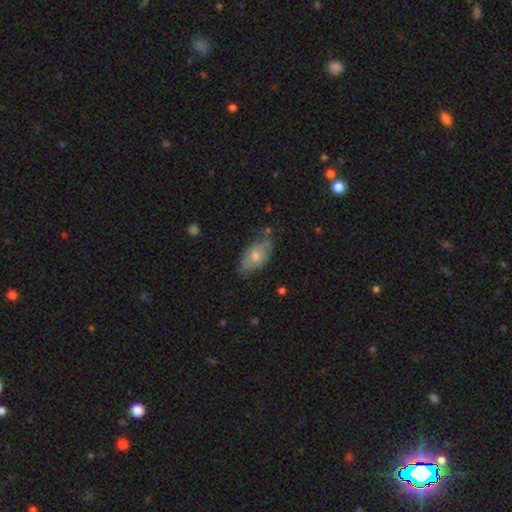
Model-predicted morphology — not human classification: A smooth galaxy with no disk features (60%) that is in between round and cigar-shaped (91%).

Vote fractions:
- Smooth or featured? smooth: 60% / featured or disk: 33% / star or artifact: 7%
- How rounded? in between: 91% / round: 6% / cigar-shaped: 3%
- Merging? none: 61% / minor disturbance: 28% / major disturbance: 7% / merger: 4%